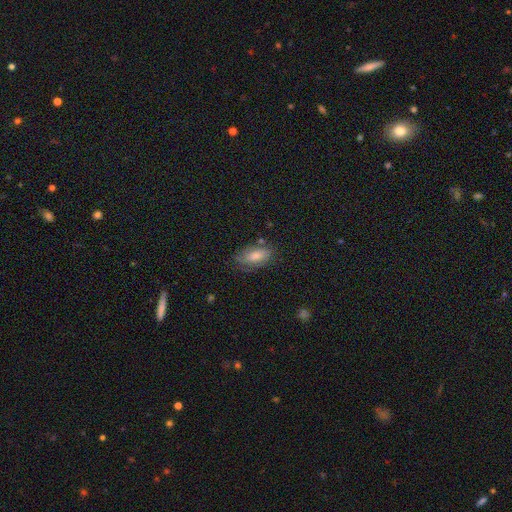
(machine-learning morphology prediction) Smooth or featured? Predicted: smooth (p=0.61). How rounded? Predicted: in between (p=0.81). Merging? Predicted: none (p=0.76).